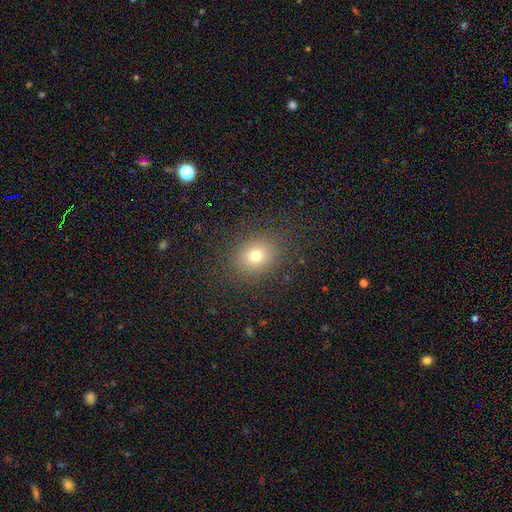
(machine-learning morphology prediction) Smooth or featured: smooth — 75% (star or artifact — 15%)
How rounded: round — 60% (in between — 39%)
Merging: none — 87% (minor disturbance — 8%)